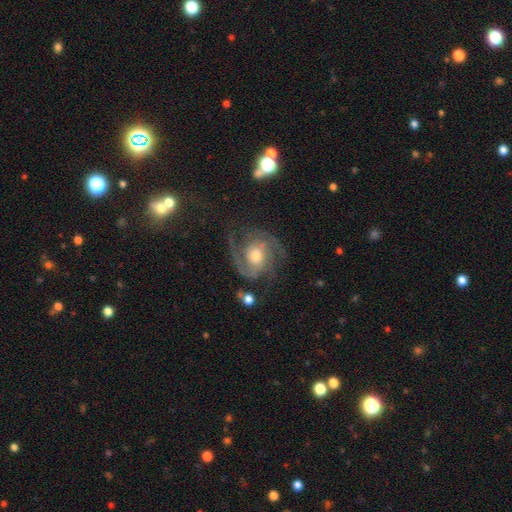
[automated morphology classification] smooth-or-featured: featured or disk: 88% | smooth: 6% | star or artifact: 6%
  disk-edge-on: no: 98% | yes: 2%
    bar: no: 69% | weak: 25% | strong: 6%
    has-spiral-arms: yes: 97% | no: 3%
      spiral-winding: medium: 47% | tight: 38% | loose: 14%
      spiral-arm-count: 2: 56% | 3: 20% | can't tell: 10% | 1: 5% | 4: 5% | more than 4: 4%
    bulge-size: moderate: 66% | small: 22% | large: 9% | none: 1% | dominant: 1%
  merging: none: 70% | minor disturbance: 16% | major disturbance: 12% | merger: 2%